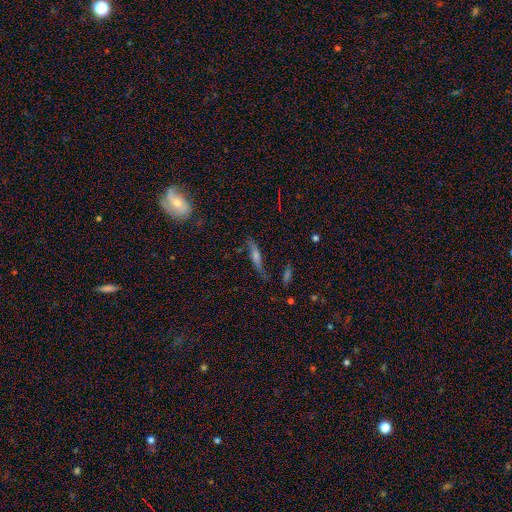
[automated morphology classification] The model was most divided on "smooth or featured": featured or disk: 50%, smooth: 38%, star or artifact: 12%. More confident: edge-on disk — yes (74%); merging — none (71%).